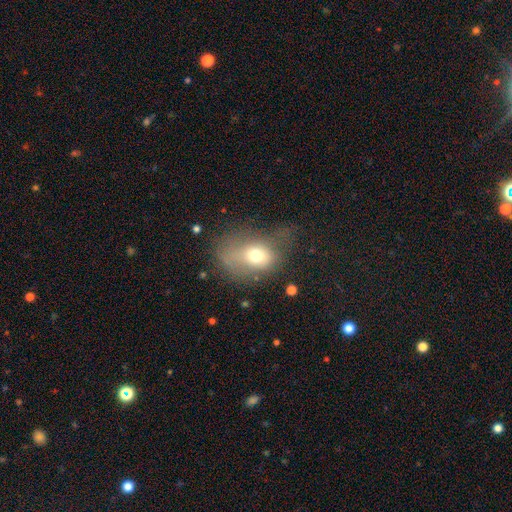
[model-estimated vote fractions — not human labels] This is likely a smooth galaxy (66%). How rounded: likely in between (64%). Merging: marginally major disturbance (36%).